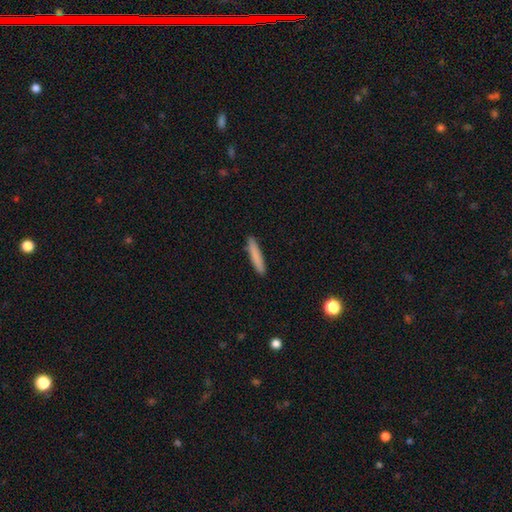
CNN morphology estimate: The model was most divided on "smooth or featured": smooth: 83%, featured or disk: 11%, star or artifact: 6%. More confident: how rounded — cigar-shaped (92%); merging — none (90%).